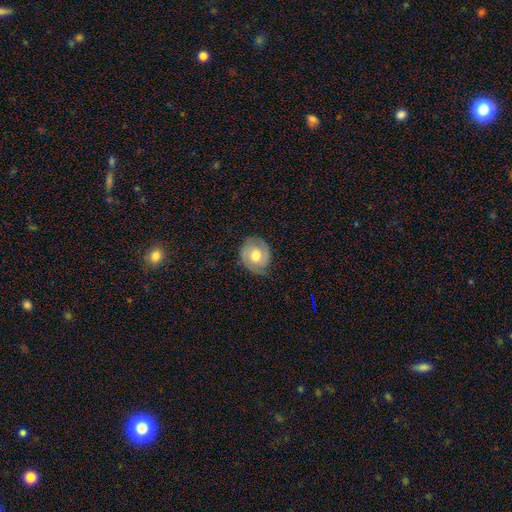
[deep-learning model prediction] smooth_or_featured: smooth (p=0.47) [alt: featured or disk p=0.46]
merging: none (p=0.77) [alt: minor disturbance p=0.18]